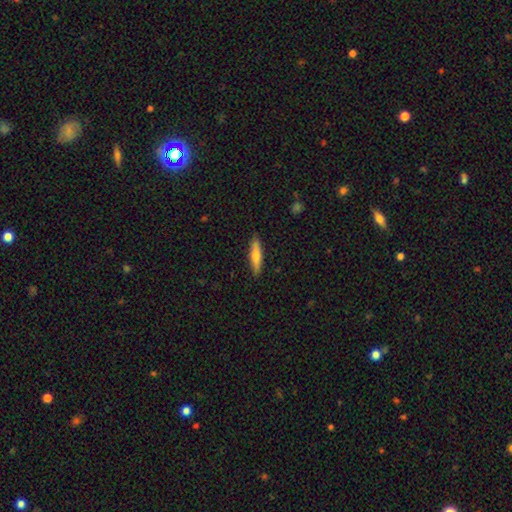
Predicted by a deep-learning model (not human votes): Smooth or featured? smooth (57%)
How rounded? cigar-shaped (81%)
Merging? none (90%)